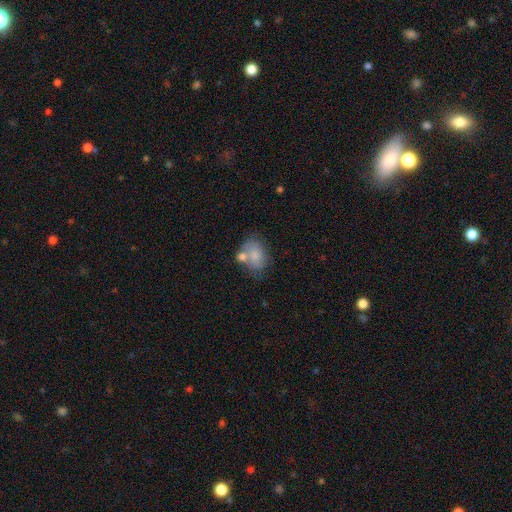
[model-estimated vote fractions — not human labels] Smooth or featured? Predicted: smooth (p=0.71). How rounded? Predicted: in between (p=0.70). Merging? Predicted: none (p=0.38).